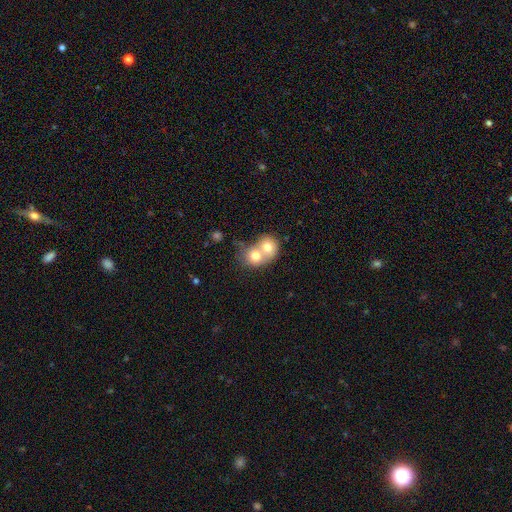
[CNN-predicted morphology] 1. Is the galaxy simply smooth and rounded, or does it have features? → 70% smooth, 21% featured or disk, 9% star or artifact.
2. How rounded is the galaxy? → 69% round, 30% in between, 1% cigar-shaped.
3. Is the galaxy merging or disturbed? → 73% merger, 20% none, 4% minor disturbance, 2% major disturbance.